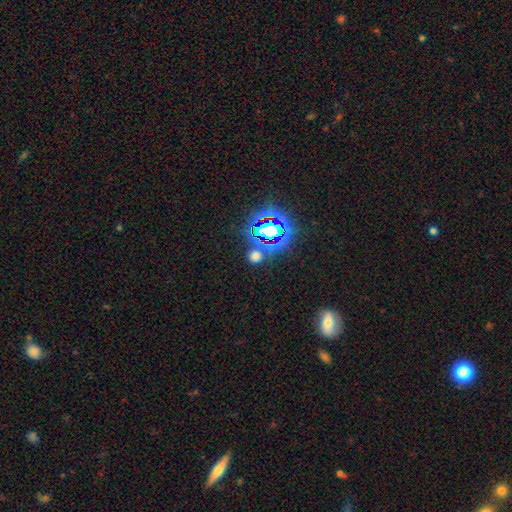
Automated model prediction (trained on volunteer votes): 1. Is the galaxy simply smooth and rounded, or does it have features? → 50% smooth, 43% star or artifact, 6% featured or disk.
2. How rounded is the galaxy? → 81% round, 17% in between, 2% cigar-shaped.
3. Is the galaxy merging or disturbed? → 78% none, 10% merger, 9% minor disturbance, 4% major disturbance.